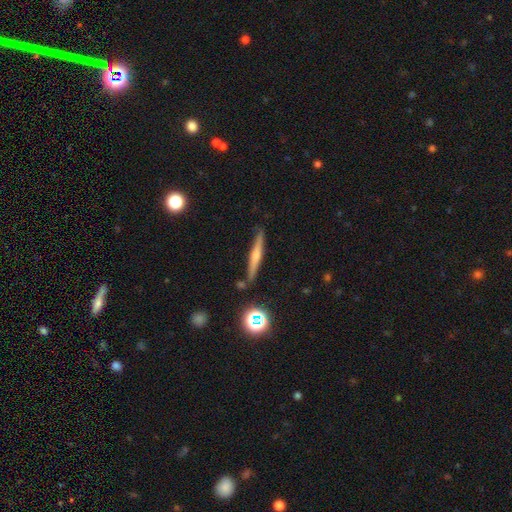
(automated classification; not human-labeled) This is possibly a featured or disk galaxy (51%). It is clearly viewed edge-on (96%). Merging: clearly none (84%).